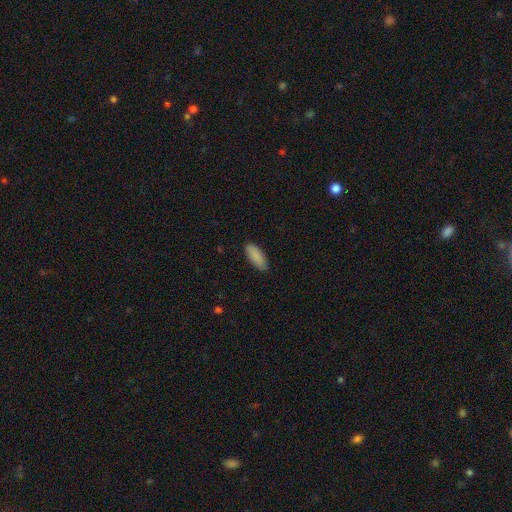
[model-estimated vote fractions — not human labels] The model was most divided on "how rounded": in between: 80%, cigar-shaped: 19%, round: 2%. More confident: smooth or featured — smooth (90%); merging — none (86%).